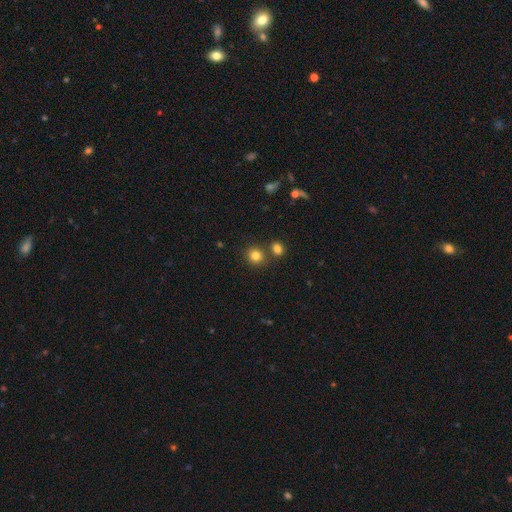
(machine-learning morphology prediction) A smooth galaxy with no disk features (82%) that is round (84%).

Vote fractions:
- Smooth or featured? smooth: 82% / star or artifact: 13% / featured or disk: 5%
- How rounded? round: 84% / in between: 15% / cigar-shaped: 1%
- Merging? none: 74% / merger: 16% / minor disturbance: 8% / major disturbance: 3%